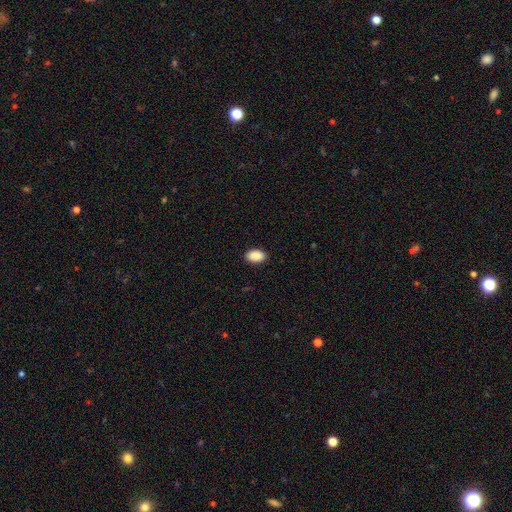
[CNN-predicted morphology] Smooth or featured? smooth (91%)
How rounded? in between (92%)
Merging? none (90%)